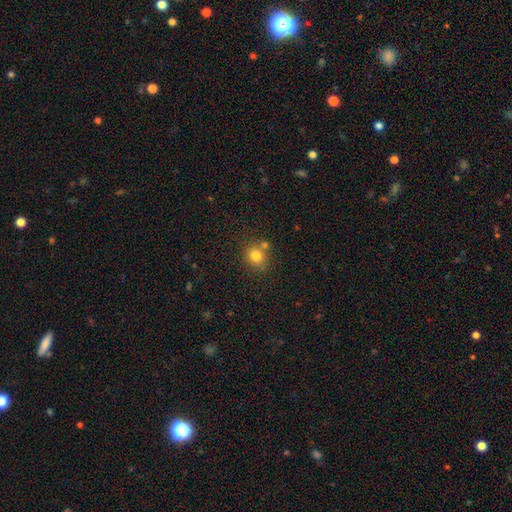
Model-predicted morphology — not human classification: This is clearly a smooth galaxy (81%). How rounded: likely round (75%). Merging: likely none (65%).